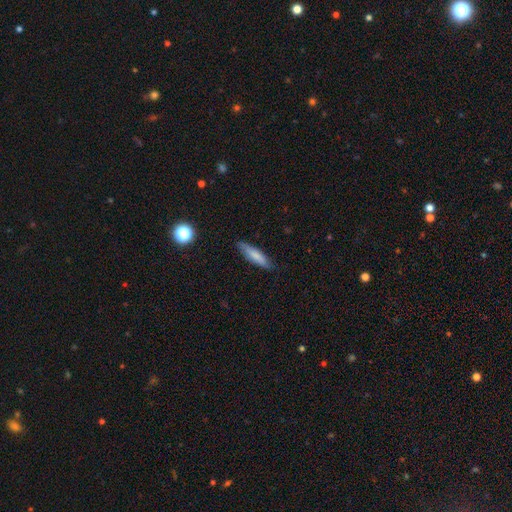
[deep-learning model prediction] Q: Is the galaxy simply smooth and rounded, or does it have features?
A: smooth — 75%.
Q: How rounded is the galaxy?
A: cigar-shaped — 73%.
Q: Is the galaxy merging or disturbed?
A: none — 82%.